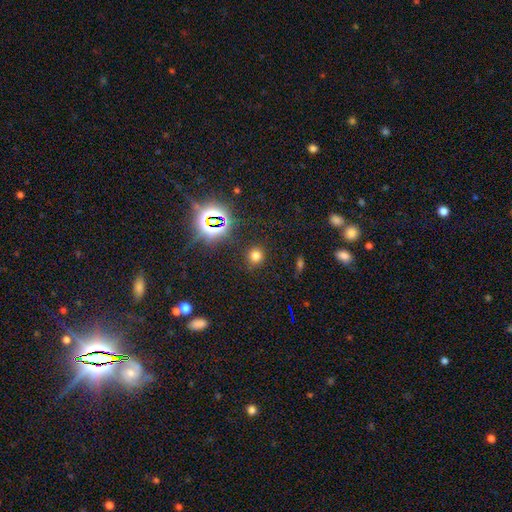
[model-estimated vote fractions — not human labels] smooth 70%, star or artifact 24%, featured or disk 6%. Down the decision tree: how rounded — round (88%); merging — none (86%).